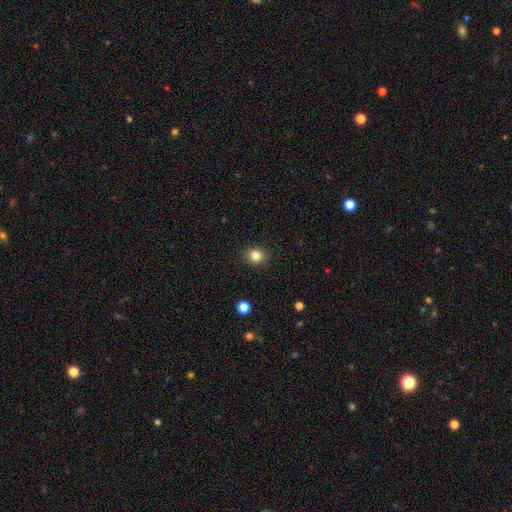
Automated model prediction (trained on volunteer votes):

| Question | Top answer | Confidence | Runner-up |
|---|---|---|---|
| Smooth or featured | smooth | 83% | star or artifact (12%) |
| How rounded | round | 75% | in between (24%) |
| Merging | none | 89% | minor disturbance (7%) |